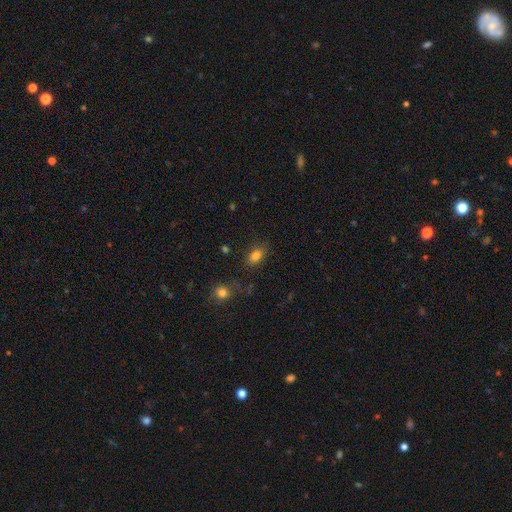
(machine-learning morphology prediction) smooth 82%, star or artifact 11%, featured or disk 7%. Down the decision tree: how rounded — in between (85%); merging — none (79%).